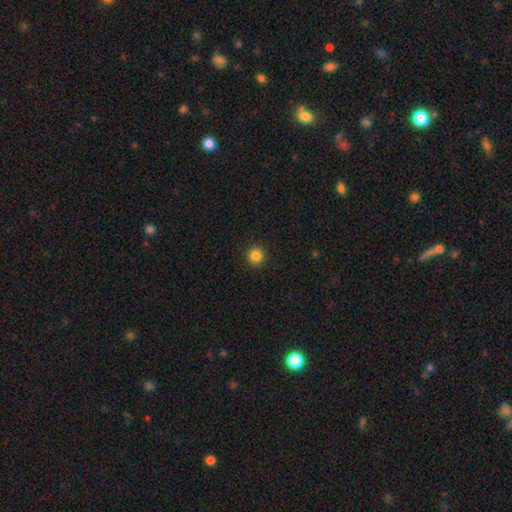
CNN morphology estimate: Overall: smooth (84%). How rounded: round (94%). Merging: none (93%).